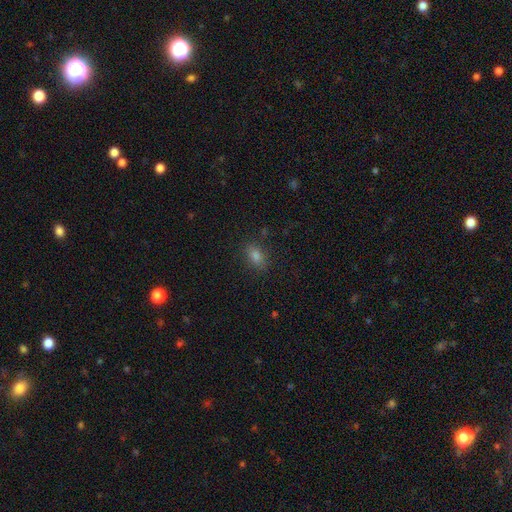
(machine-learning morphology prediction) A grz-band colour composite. It shows a smooth galaxy with no disk features (78%) that is in between round and cigar-shaped (80%). Merging: none (86%).